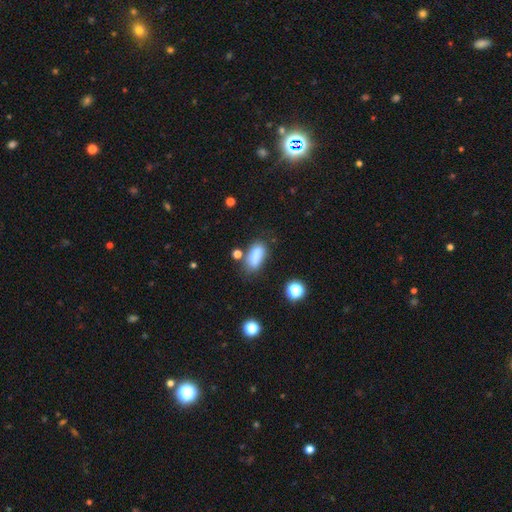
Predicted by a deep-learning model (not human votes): smooth-or-featured: smooth: 81% | star or artifact: 10% | featured or disk: 8%
  how-rounded: in between: 82% | cigar-shaped: 13% | round: 5%
  merging: none: 62% | minor disturbance: 20% | merger: 11% | major disturbance: 7%